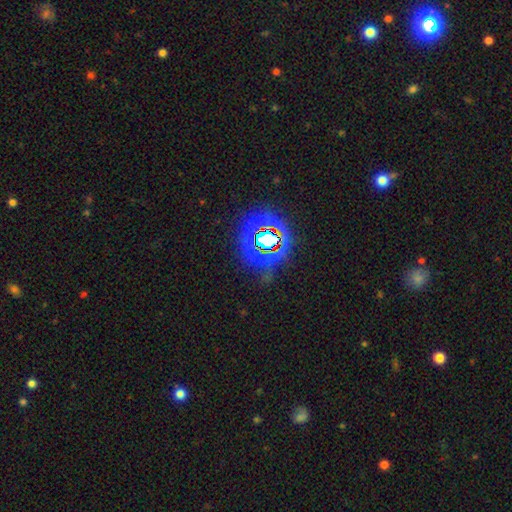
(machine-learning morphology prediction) The model was most divided on "smooth or featured": star or artifact: 75%, smooth: 15%, featured or disk: 11%.